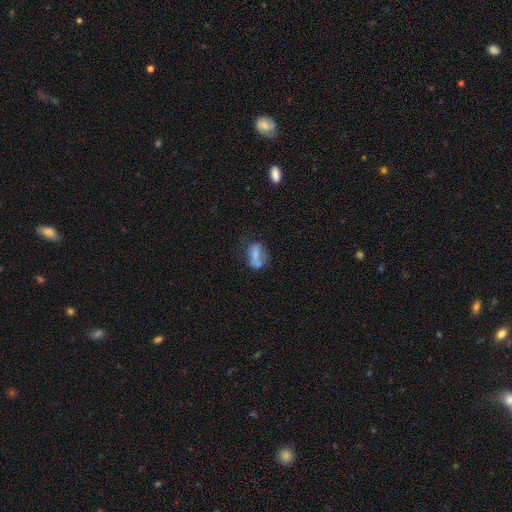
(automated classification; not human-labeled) Smooth or featured?
  - smooth: 63% *
  - featured or disk: 27%
  - star or artifact: 10%
How rounded?
  - in between: 82% *
  - round: 13%
  - cigar-shaped: 6%
Merging?
  - none: 35% *
  - minor disturbance: 26%
  - major disturbance: 21%
  - merger: 18%